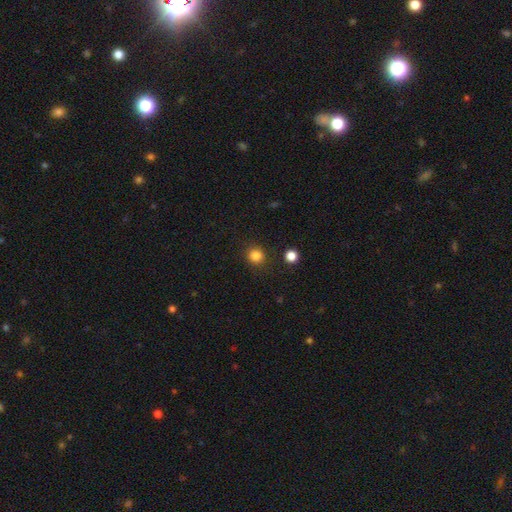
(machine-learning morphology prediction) This is clearly a smooth galaxy (84%). How rounded: clearly round (90%). Merging: clearly none (89%).